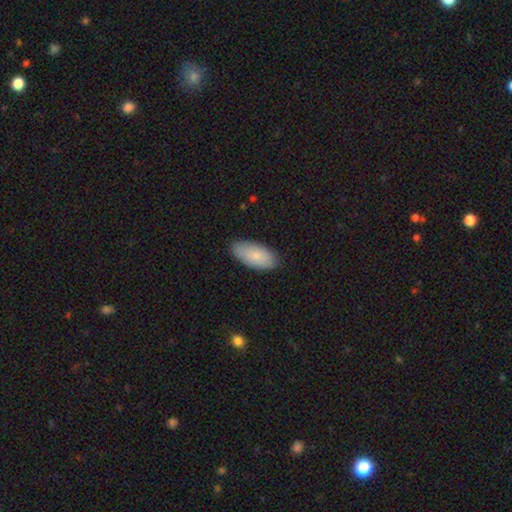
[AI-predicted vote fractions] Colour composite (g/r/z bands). It shows a smooth galaxy with no disk features (84%) that is in between round and cigar-shaped (93%). Merging: none (85%).